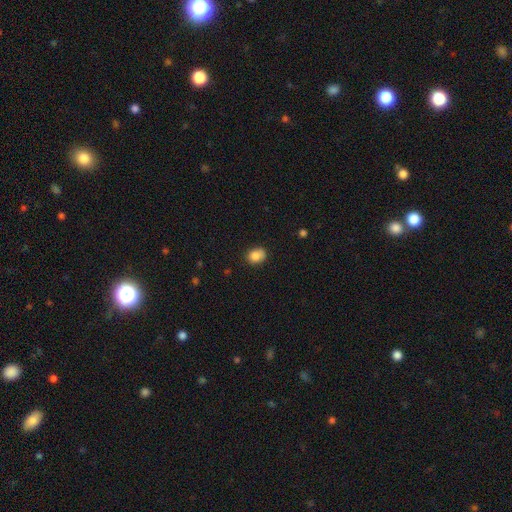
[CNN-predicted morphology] Smooth or featured? smooth (83%)
How rounded? round (52%)
Merging? none (69%)